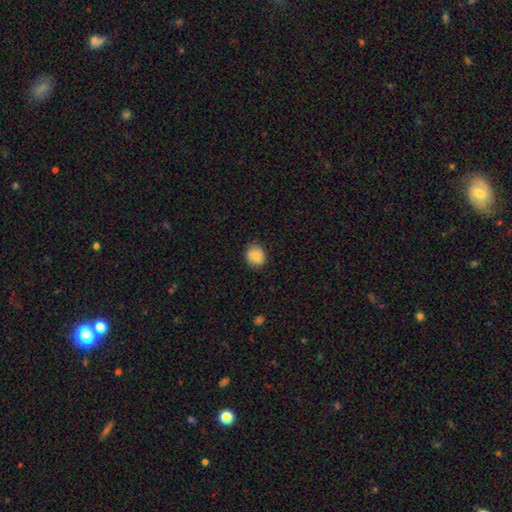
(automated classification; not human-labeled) The model was most divided on "how rounded": round: 74%, in between: 26%, cigar-shaped: 1%. More confident: smooth or featured — smooth (86%); merging — none (83%).